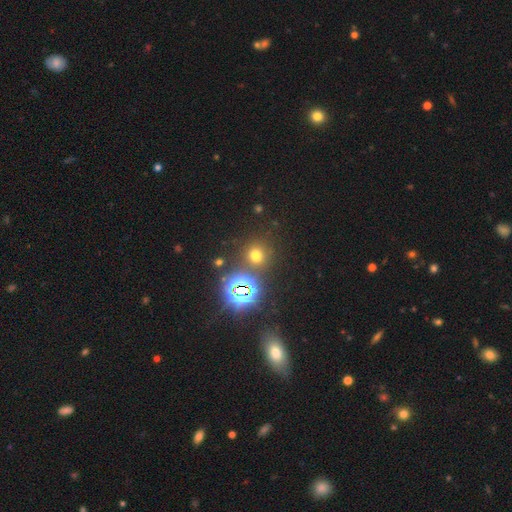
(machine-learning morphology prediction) Overall: smooth (56%; star or artifact 36%). How rounded: round (87%). Merging: none (80%).